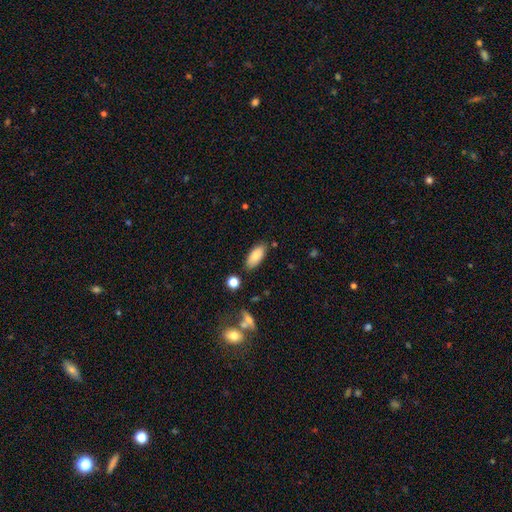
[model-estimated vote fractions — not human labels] Overall: smooth (81%). How rounded: in between (88%). Merging: none (81%).